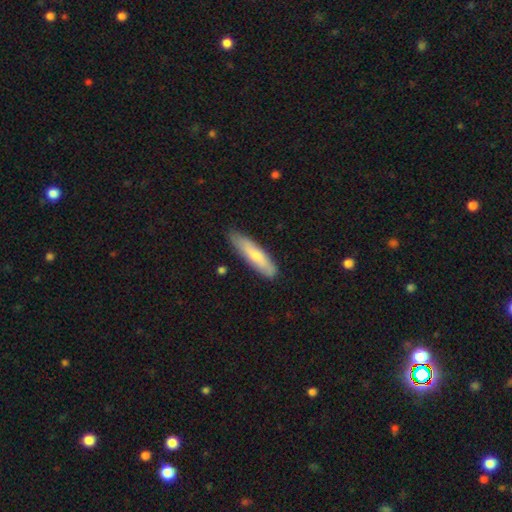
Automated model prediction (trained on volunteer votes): smooth 70%, featured or disk 25%, star or artifact 5%. Down the decision tree: how rounded — cigar-shaped (75%); merging — none (79%).